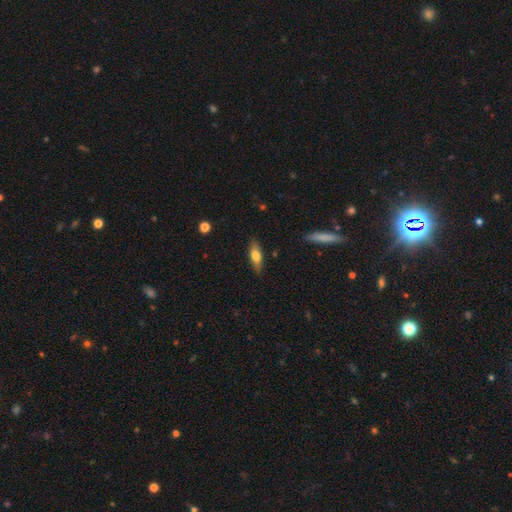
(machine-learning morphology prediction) smooth_or_featured: smooth (p=0.67) [alt: featured or disk p=0.27]
how_rounded: in between (p=0.53) [alt: cigar-shaped p=0.44]
merging: none (p=0.84) [alt: minor disturbance p=0.12]